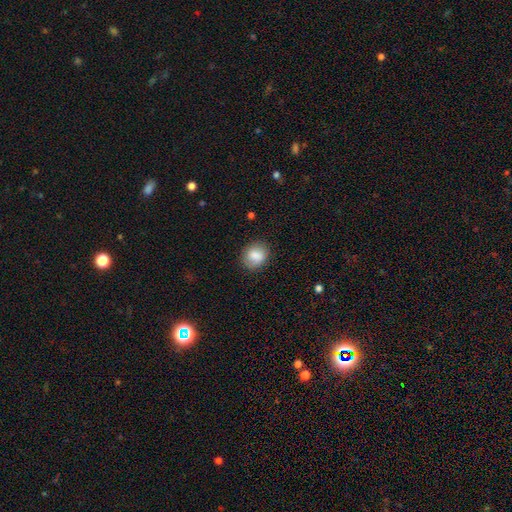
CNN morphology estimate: Smooth or featured: smooth — 85% (star or artifact — 8%)
How rounded: round — 68% (in between — 31%)
Merging: none — 83% (minor disturbance — 13%)